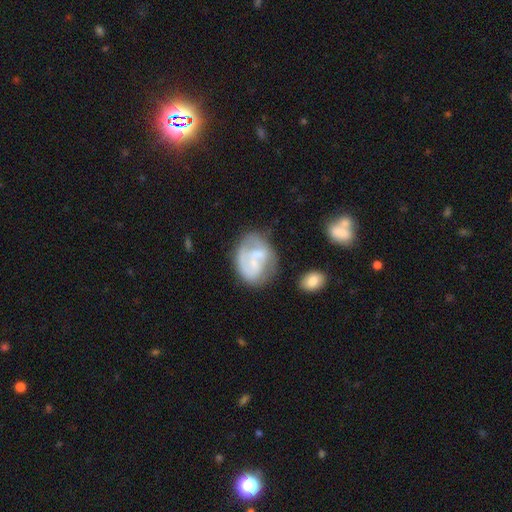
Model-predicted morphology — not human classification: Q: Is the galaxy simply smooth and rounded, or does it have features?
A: featured or disk — 61%.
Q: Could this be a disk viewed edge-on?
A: no — 97%.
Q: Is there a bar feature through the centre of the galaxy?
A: no — 60%.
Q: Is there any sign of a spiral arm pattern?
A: yes — 64%.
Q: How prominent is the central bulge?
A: small — 43%.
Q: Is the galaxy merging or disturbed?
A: none — 49%.